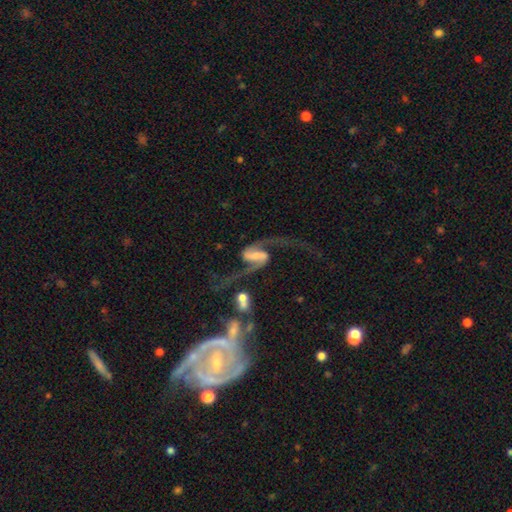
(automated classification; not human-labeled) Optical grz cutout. It shows a featured or disk galaxy (90%) with a strong bar (44%), 2 (94%) loose (80%) spiral arms (97%) and a small central bulge (33%). Merging: none (51%).